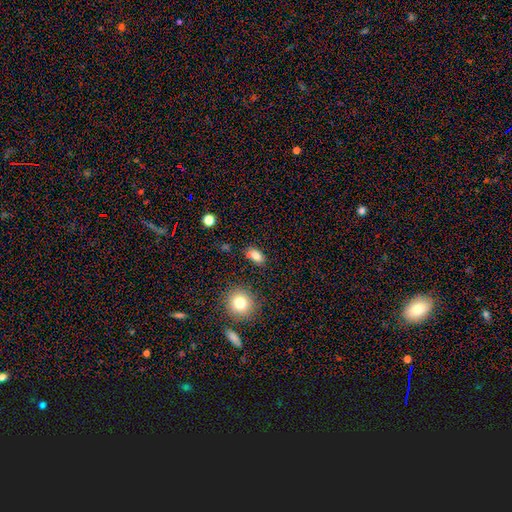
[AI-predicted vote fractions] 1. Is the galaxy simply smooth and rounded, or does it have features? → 79% smooth, 11% star or artifact, 10% featured or disk.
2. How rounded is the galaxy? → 81% in between, 15% round, 3% cigar-shaped.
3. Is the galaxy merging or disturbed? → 66% none, 15% minor disturbance, 15% merger, 5% major disturbance.